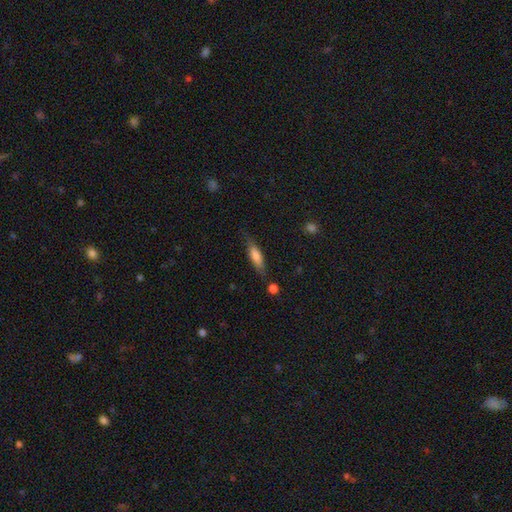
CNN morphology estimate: type=smooth (71%); roundness=cigar-shaped (57%); merging=none (70%).